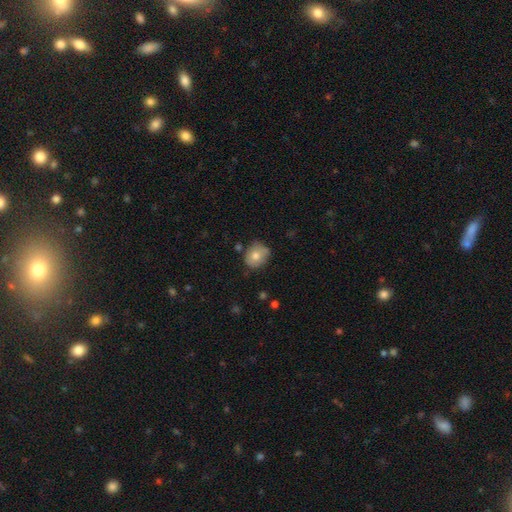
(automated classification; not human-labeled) Q: Smooth or featured?
A: smooth (74%); runner-up: featured or disk (18%)
Q: How rounded?
A: round (65%); runner-up: in between (34%)
Q: Merging?
A: none (67%); runner-up: minor disturbance (24%)